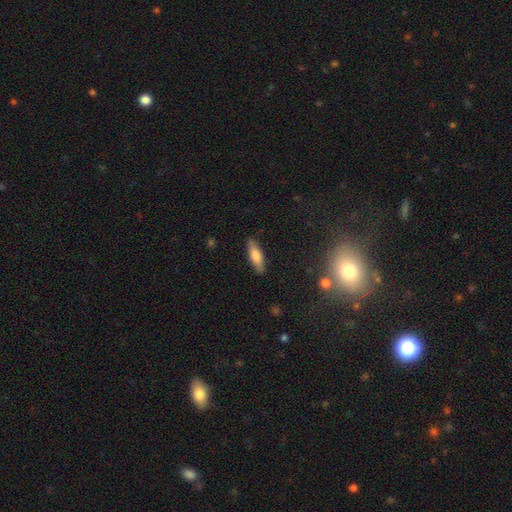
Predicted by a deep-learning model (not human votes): Smooth or featured: smooth — 74% (featured or disk — 20%)
How rounded: in between — 50% (cigar-shaped — 48%)
Merging: none — 85% (minor disturbance — 11%)